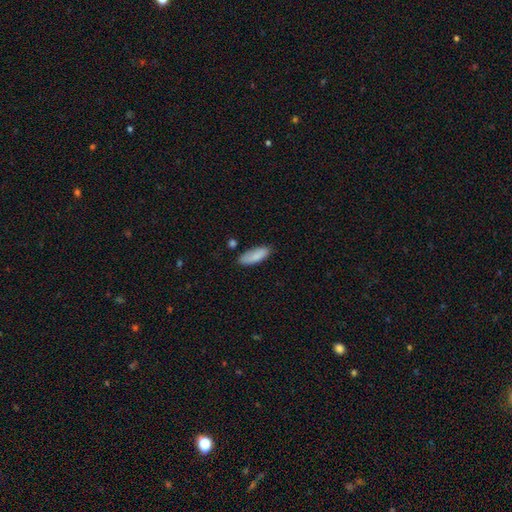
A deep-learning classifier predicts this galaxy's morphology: smooth-or-featured: smooth: 87% | featured or disk: 7% | star or artifact: 6%
  how-rounded: in between: 69% | cigar-shaped: 29% | round: 2%
  merging: none: 74% | minor disturbance: 19% | major disturbance: 4% | merger: 3%